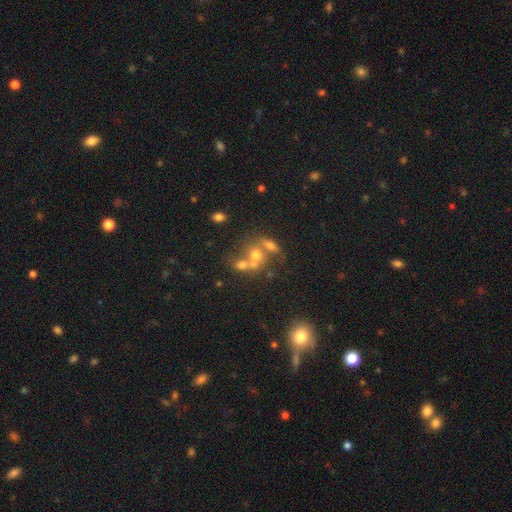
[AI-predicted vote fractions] This is possibly a smooth galaxy (51%). How rounded: possibly round (55%). Merging: possibly merger (54%).